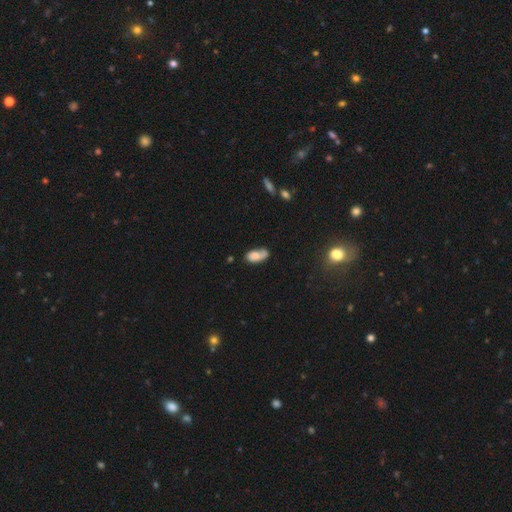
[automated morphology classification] Smooth or featured? Predicted: smooth (p=0.65). How rounded? Predicted: in between (p=0.90). Merging? Predicted: none (p=0.44).